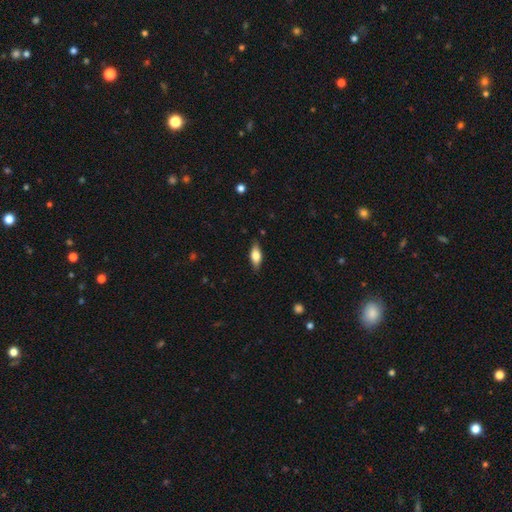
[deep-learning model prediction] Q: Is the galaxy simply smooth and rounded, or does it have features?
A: smooth — 64%.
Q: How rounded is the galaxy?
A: in between — 76%.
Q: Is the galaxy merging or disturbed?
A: none — 84%.